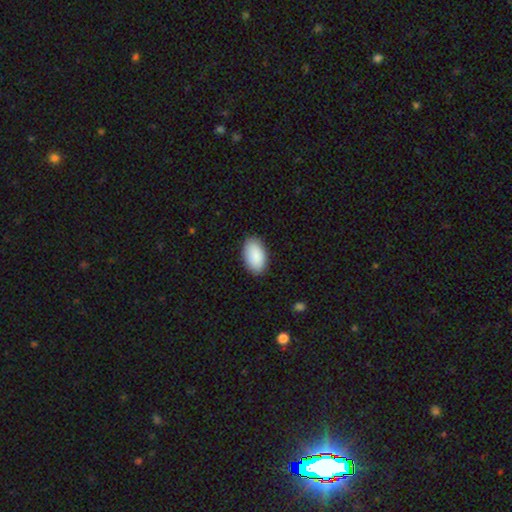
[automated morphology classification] Smooth or featured? Predicted: smooth (p=0.90). How rounded? Predicted: in between (p=0.95). Merging? Predicted: none (p=0.88).